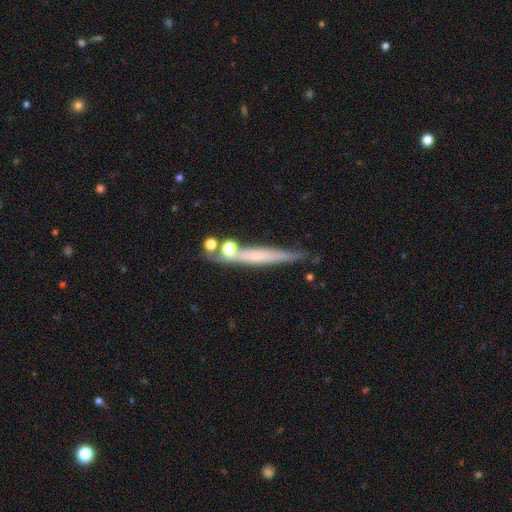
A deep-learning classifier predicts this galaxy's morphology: smooth-or-featured: featured or disk: 50% | smooth: 39% | star or artifact: 10%
  disk-edge-on: yes: 88% | no: 12%
  merging: none: 67% | minor disturbance: 17% | merger: 11% | major disturbance: 6%